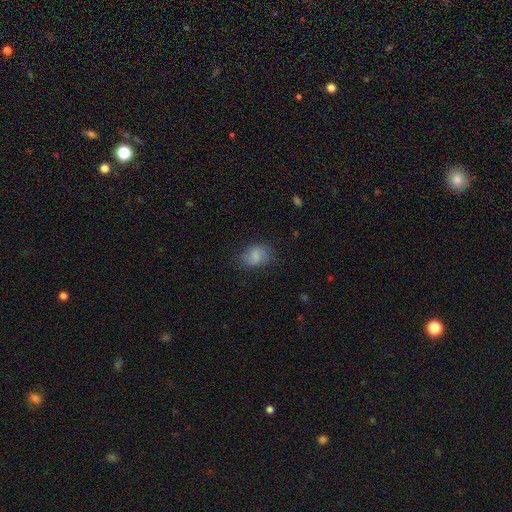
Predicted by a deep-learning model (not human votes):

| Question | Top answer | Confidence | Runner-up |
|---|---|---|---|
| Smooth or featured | smooth | 79% | featured or disk (12%) |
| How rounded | in between | 58% | round (40%) |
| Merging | none | 70% | minor disturbance (21%) |